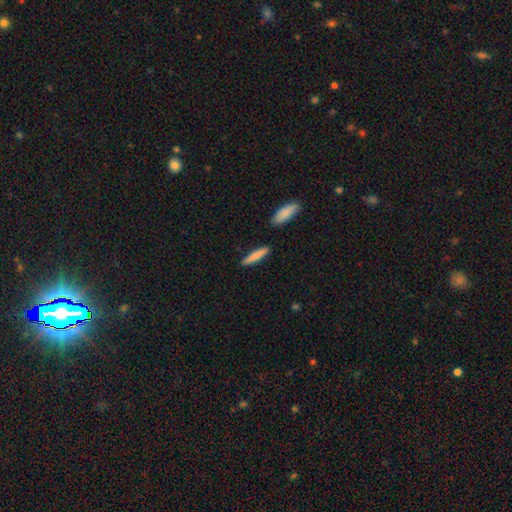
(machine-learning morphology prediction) This appears to be a smooth galaxy with no disk features (79%) that is cigar-shaped (88%). Merging: none (87%).